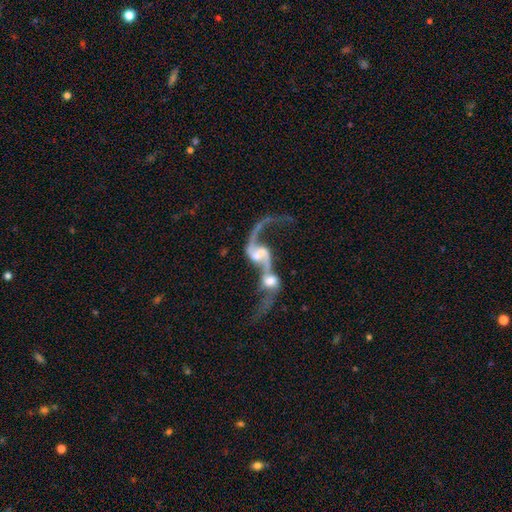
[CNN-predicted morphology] A featured or disk galaxy (84%) with no bar (40%), 2 (82%) loose (90%) spiral arms (89%) and no central bulge (32%). Merging: merger (72%).